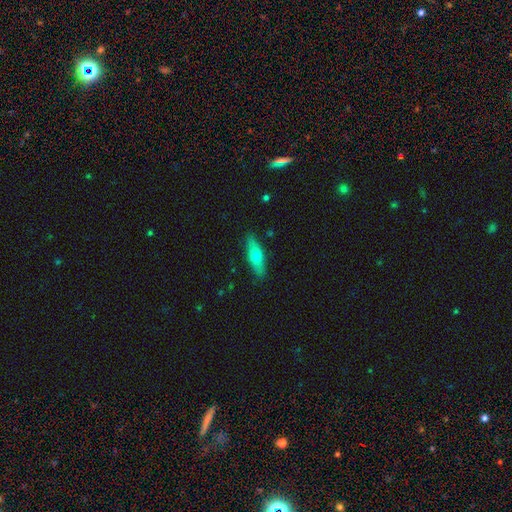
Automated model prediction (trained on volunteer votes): Smooth or featured: smooth — 60% (featured or disk — 34%)
How rounded: cigar-shaped — 53% (in between — 44%)
Merging: none — 87% (minor disturbance — 10%)